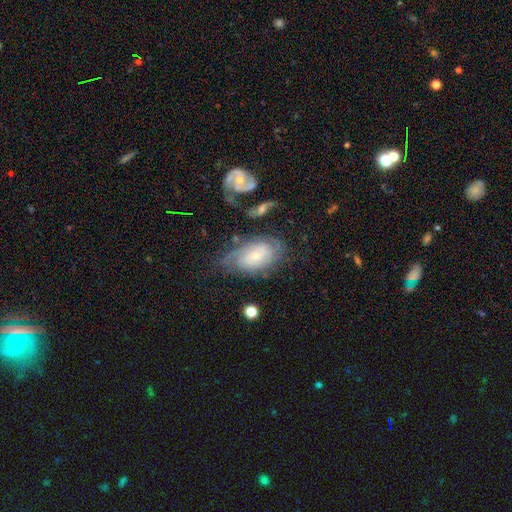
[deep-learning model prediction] smooth_or_featured: featured or disk (p=0.66) [alt: smooth p=0.27]
disk_edge_on: no (p=0.94) [alt: yes p=0.06]
bar: no (p=0.72) [alt: weak p=0.23]
has_spiral_arms: yes (p=0.86) [alt: no p=0.14]
spiral_winding: tight (p=0.59) [alt: medium p=0.30]
spiral_arm_count: can't tell (p=0.48) [alt: 2 p=0.26]
bulge_size: small (p=0.71) [alt: moderate p=0.23]
merging: none (p=0.52) [alt: minor disturbance p=0.24]